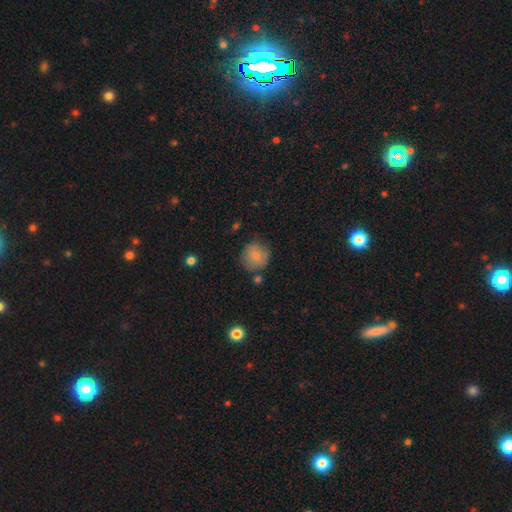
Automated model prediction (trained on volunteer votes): A smooth galaxy with no disk features (80%) that is round (92%). Merging: none (76%).